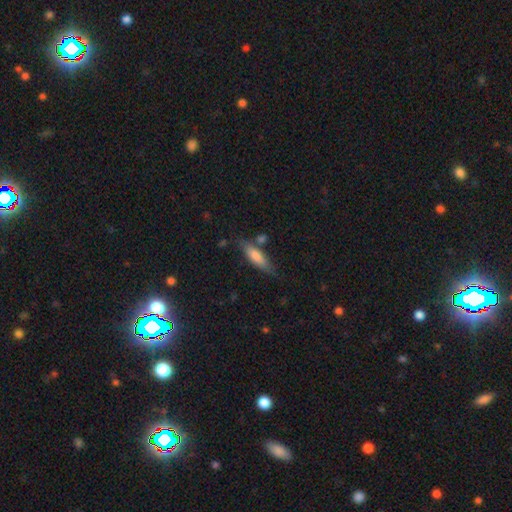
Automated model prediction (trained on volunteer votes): Overall: smooth (74%). How rounded: cigar-shaped (59%; in between 39%). Merging: none (70%).